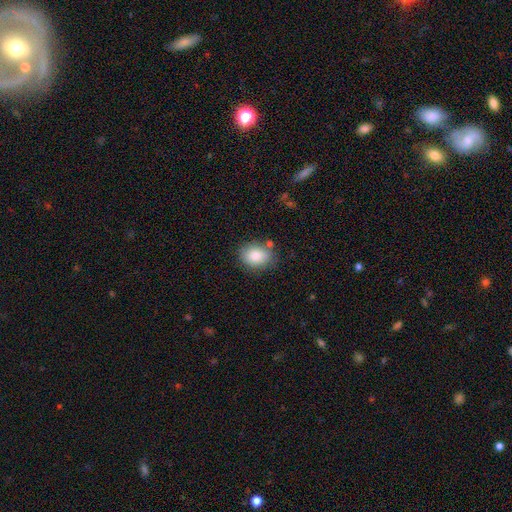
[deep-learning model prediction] Q: Smooth or featured?
A: smooth (86%); runner-up: star or artifact (8%)
Q: How rounded?
A: in between (62%); runner-up: round (37%)
Q: Merging?
A: none (78%); runner-up: minor disturbance (14%)